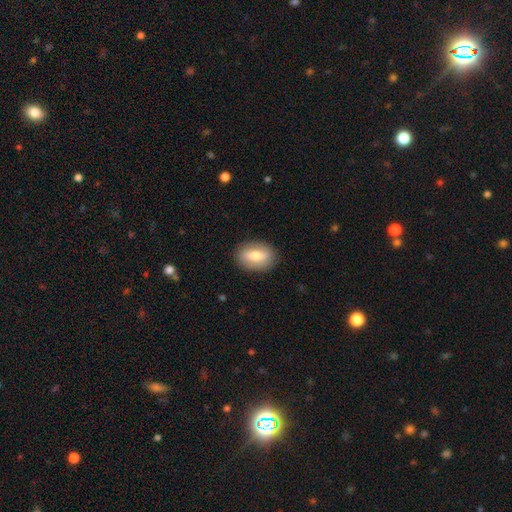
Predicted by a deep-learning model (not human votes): A smooth galaxy with no disk features (65%) that is in between round and cigar-shaped (82%).

Vote fractions:
- Smooth or featured? smooth: 65% / featured or disk: 28% / star or artifact: 7%
- How rounded? in between: 82% / round: 16% / cigar-shaped: 2%
- Merging? none: 87% / minor disturbance: 10% / major disturbance: 3% / merger: 1%